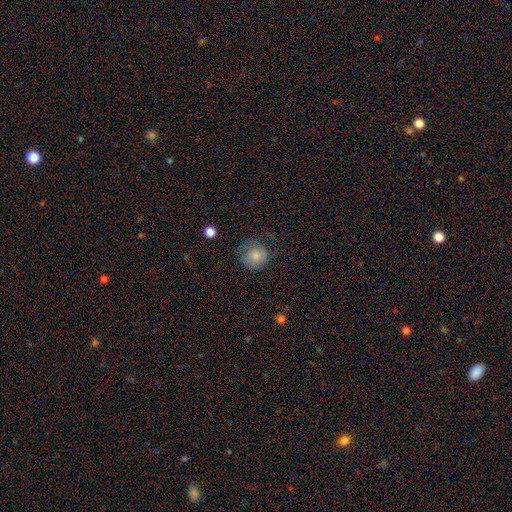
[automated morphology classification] Overall: smooth (76%). How rounded: round (88%). Merging: none (57%; minor disturbance 26%).